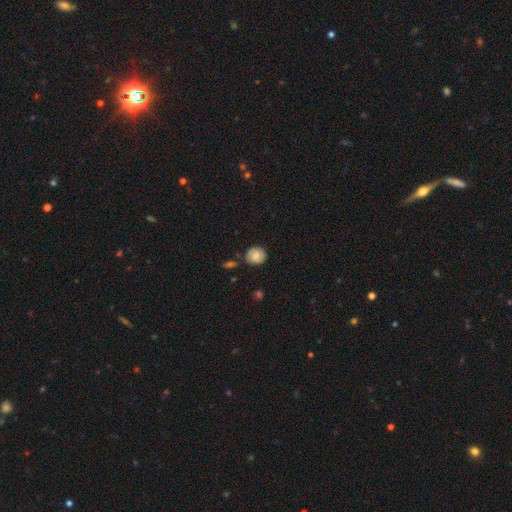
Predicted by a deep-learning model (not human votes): Smooth or featured? smooth (72%)
How rounded? round (80%)
Merging? none (78%)